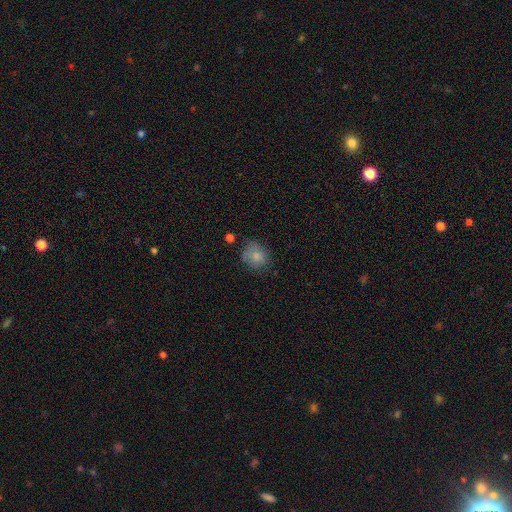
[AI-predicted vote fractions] Overall: smooth (80%). How rounded: round (67%; in between 32%). Merging: none (59%; minor disturbance 27%).